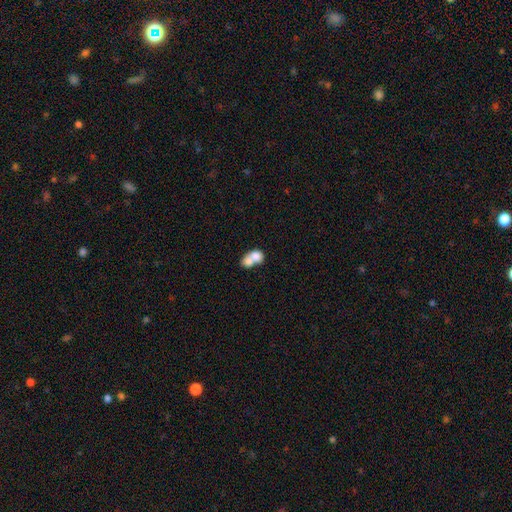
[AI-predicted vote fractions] smooth-or-featured: smooth: 72% | featured or disk: 20% | star or artifact: 8%
  how-rounded: in between: 59% | round: 39% | cigar-shaped: 2%
  merging: merger: 73% | none: 17% | minor disturbance: 6% | major disturbance: 4%